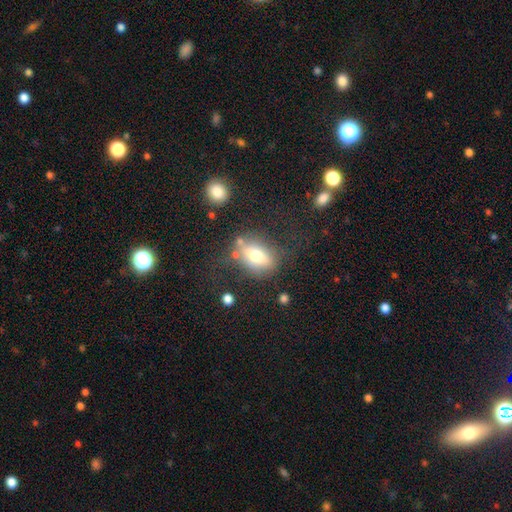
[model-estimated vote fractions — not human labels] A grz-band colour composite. It shows a smooth galaxy with no disk features (63%) that is in between round and cigar-shaped (73%). Merging: none (62%).